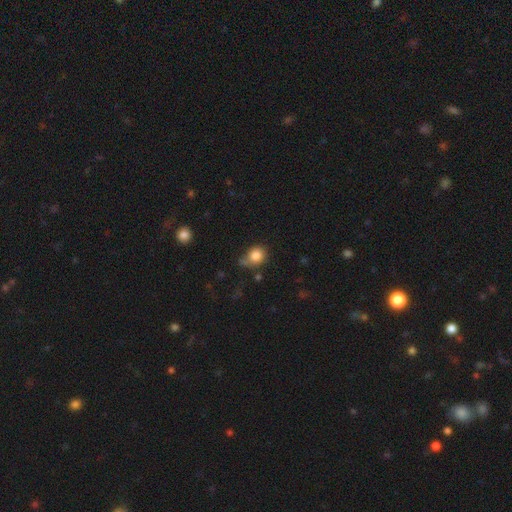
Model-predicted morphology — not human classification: smooth_or_featured: smooth (p=0.83) [alt: star or artifact p=0.10]
how_rounded: round (p=0.69) [alt: in between p=0.30]
merging: none (p=0.56) [alt: minor disturbance p=0.27]